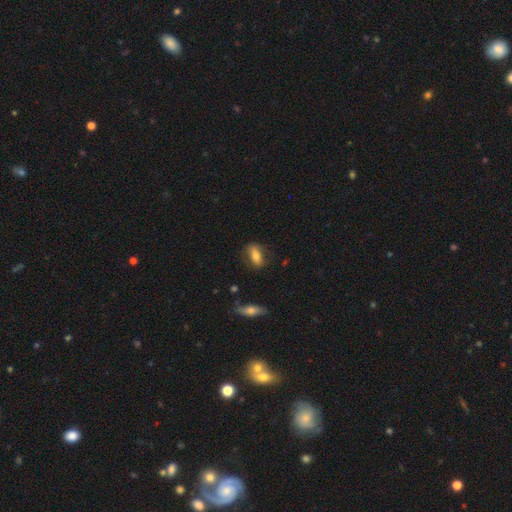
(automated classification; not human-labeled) Smooth or featured? smooth (69%)
How rounded? in between (79%)
Merging? none (74%)